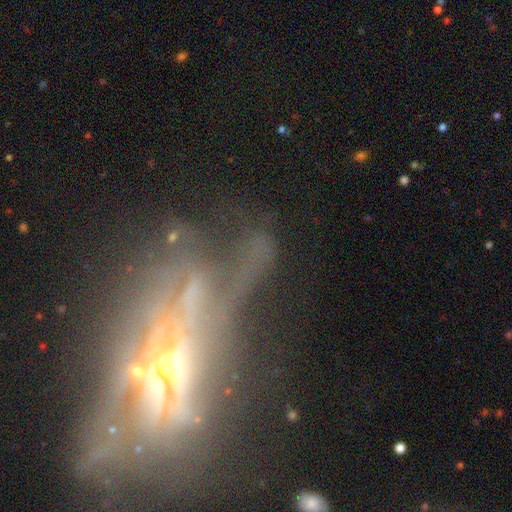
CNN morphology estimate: Overall: featured or disk (61%; star or artifact 25%). Edge-on disk: no (60%; yes 40%). Merging: none (40%; major disturbance 32%).